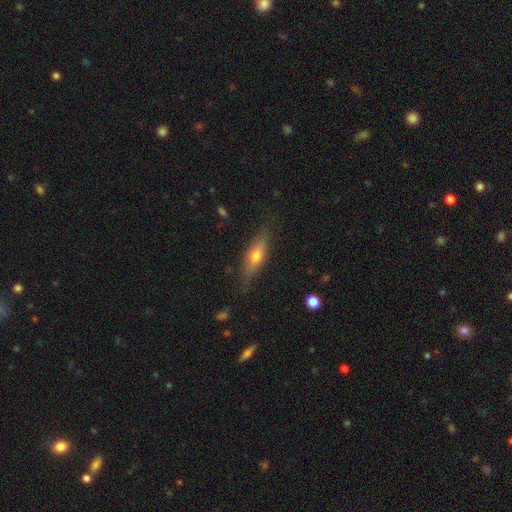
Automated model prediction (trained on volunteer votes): smooth_or_featured: smooth (p=0.50) [alt: featured or disk p=0.43]
merging: none (p=0.81) [alt: minor disturbance p=0.14]